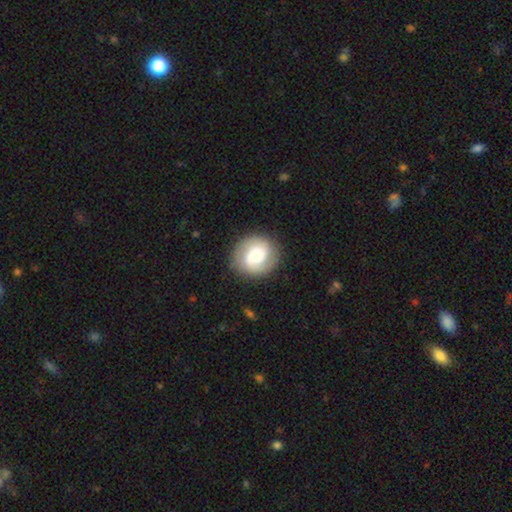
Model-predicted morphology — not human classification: This is possibly a featured or disk galaxy (52%). It is clearly not viewed edge-on (98%). Bar: likely no (61%). Spiral arm pattern: clearly yes (87%). Central bulge: marginally moderate (37%). Merging: clearly none (83%).